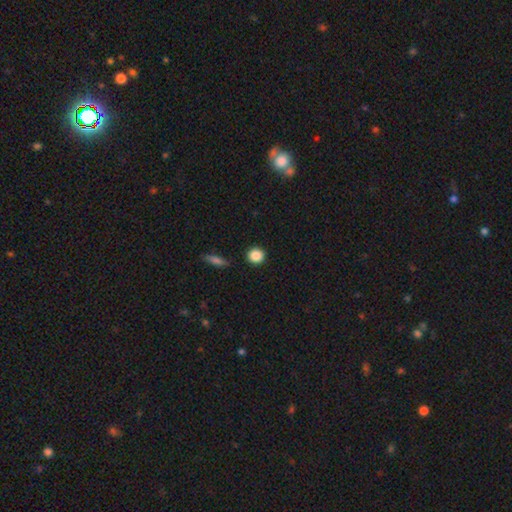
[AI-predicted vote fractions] Overall: smooth (86%). How rounded: round (91%). Merging: none (91%).